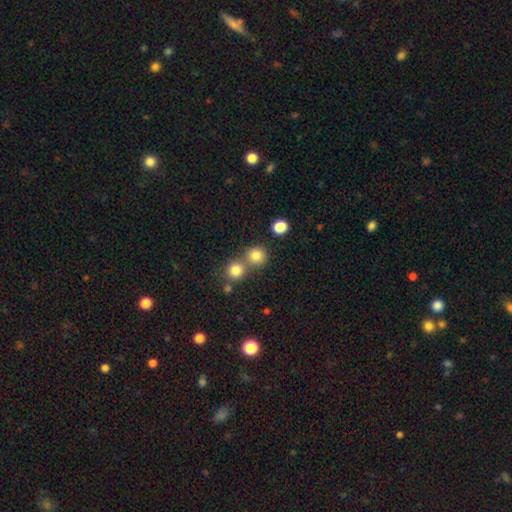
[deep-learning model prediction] This appears to be a smooth galaxy with no disk features (81%) that is round (90%). Merging: none (61%).